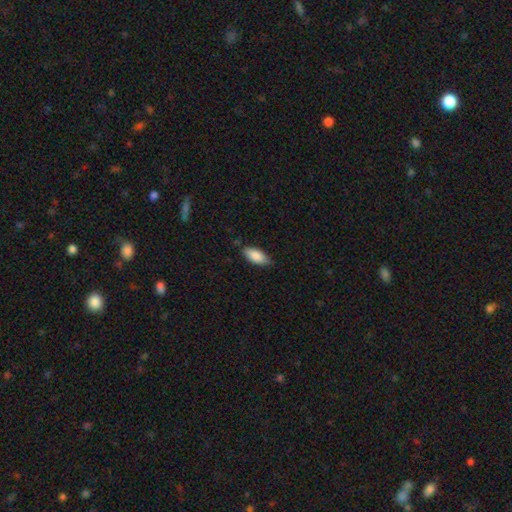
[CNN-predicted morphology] Smooth or featured? smooth (87%)
How rounded? in between (89%)
Merging? none (80%)